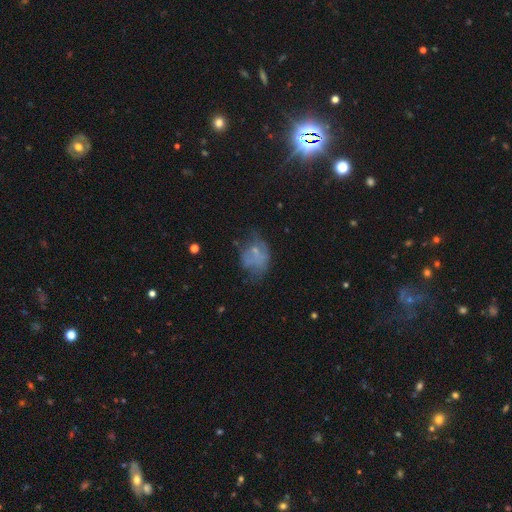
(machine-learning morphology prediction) A smooth galaxy with no disk features (48%). Merging: none (36%).